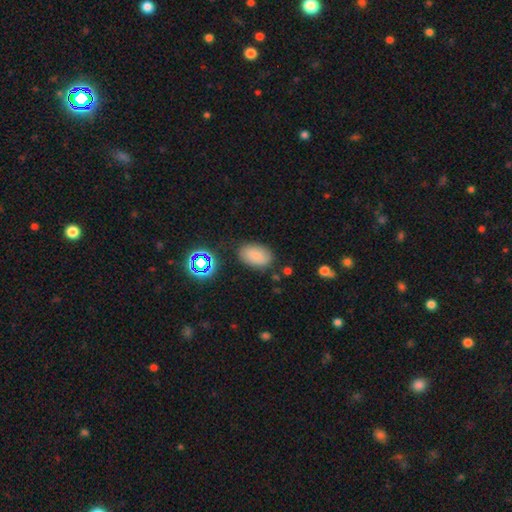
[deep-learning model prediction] A smooth galaxy with no disk features (79%) that is in between round and cigar-shaped (90%).

Vote fractions:
- Smooth or featured? smooth: 79% / star or artifact: 12% / featured or disk: 9%
- How rounded? in between: 90% / round: 8% / cigar-shaped: 1%
- Merging? none: 80% / minor disturbance: 14% / major disturbance: 4% / merger: 3%